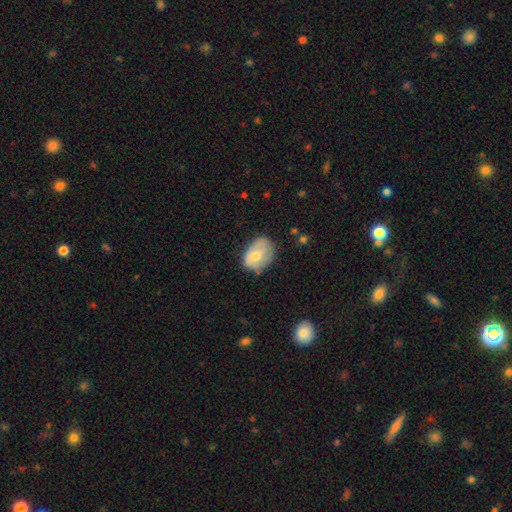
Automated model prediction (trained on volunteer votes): Morphology: type=smooth (59%); roundness=in between (75%); merging=none (58%).